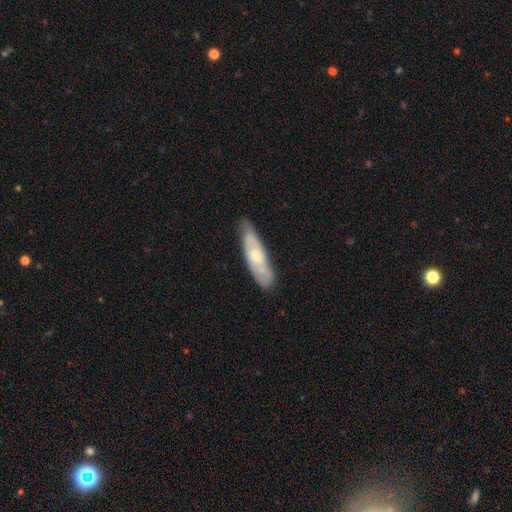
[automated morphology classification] featured or disk 54%, smooth 40%, star or artifact 6%. Down the decision tree: edge-on disk — no (66%); merging — none (73%).